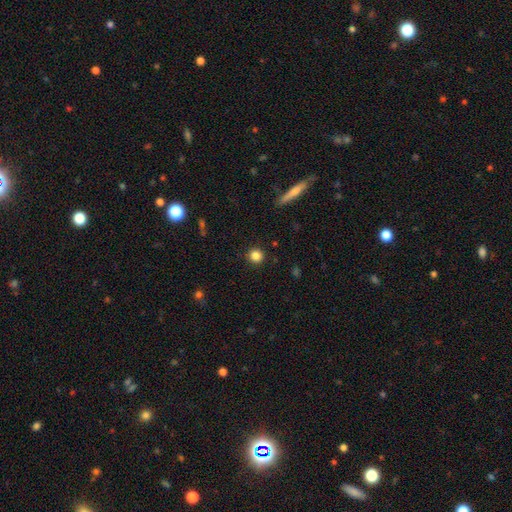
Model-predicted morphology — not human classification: This appears to be a smooth galaxy with no disk features (84%) that is round (93%). Merging: none (91%).